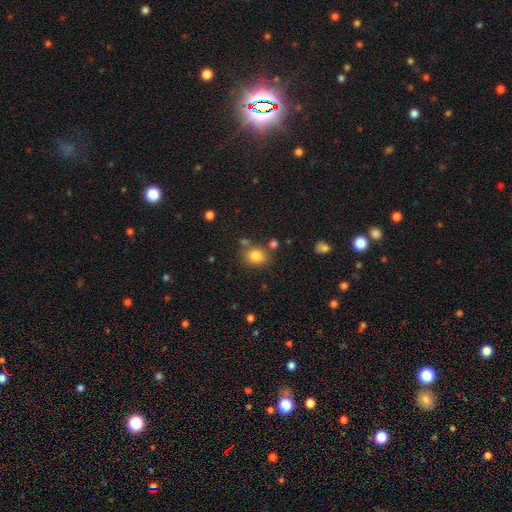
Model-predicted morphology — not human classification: type=smooth (82%); roundness=round (56%); merging=none (73%).